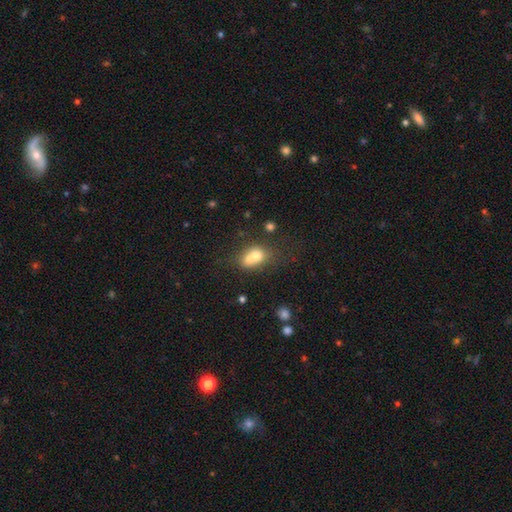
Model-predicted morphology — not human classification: smooth-or-featured: smooth: 67% | featured or disk: 22% | star or artifact: 11%
  how-rounded: round: 50% | in between: 49% | cigar-shaped: 2%
  merging: merger: 62% | none: 25% | minor disturbance: 9% | major disturbance: 5%